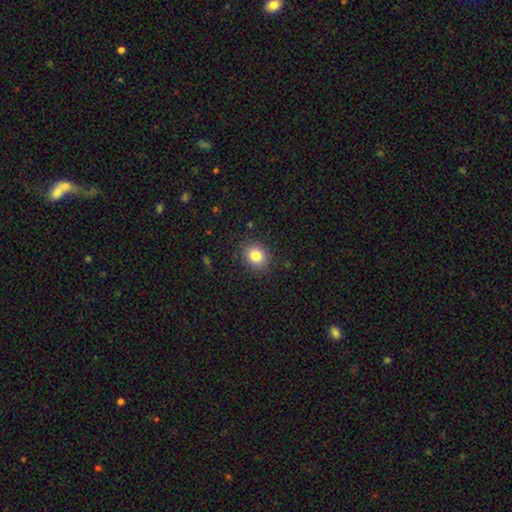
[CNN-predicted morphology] A smooth galaxy with no disk features (82%) that is round (63%).

Vote fractions:
- Smooth or featured? smooth: 82% / star or artifact: 11% / featured or disk: 8%
- How rounded? round: 63% / in between: 36% / cigar-shaped: 1%
- Merging? none: 87% / minor disturbance: 9% / major disturbance: 3% / merger: 1%